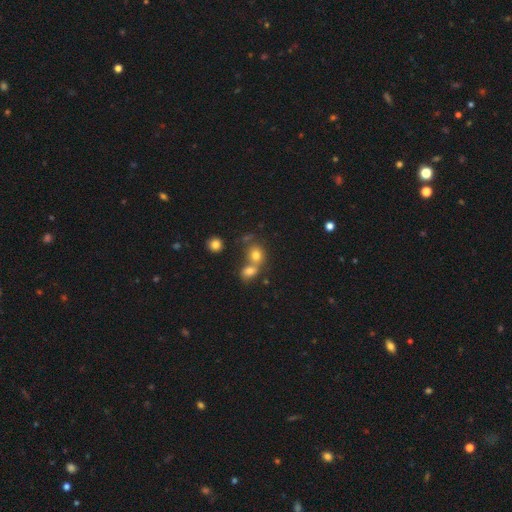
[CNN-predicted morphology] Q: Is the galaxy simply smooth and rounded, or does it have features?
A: smooth — 72%.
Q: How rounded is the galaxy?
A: round — 69%.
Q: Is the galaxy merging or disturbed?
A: merger — 54%.